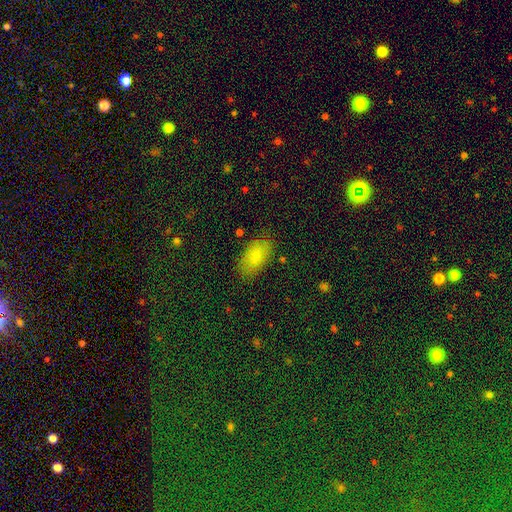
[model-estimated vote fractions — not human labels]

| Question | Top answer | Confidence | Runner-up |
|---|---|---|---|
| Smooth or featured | smooth | 77% | featured or disk (14%) |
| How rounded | in between | 93% | round (5%) |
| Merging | none | 79% | minor disturbance (15%) |